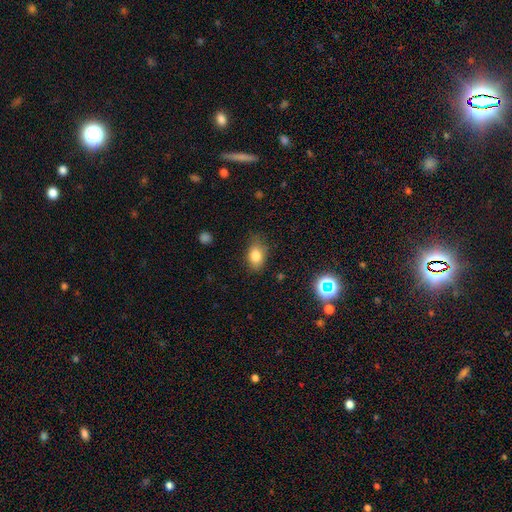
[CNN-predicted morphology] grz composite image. It shows a smooth galaxy with no disk features (81%) that is in between round and cigar-shaped (81%). Merging: none (72%).